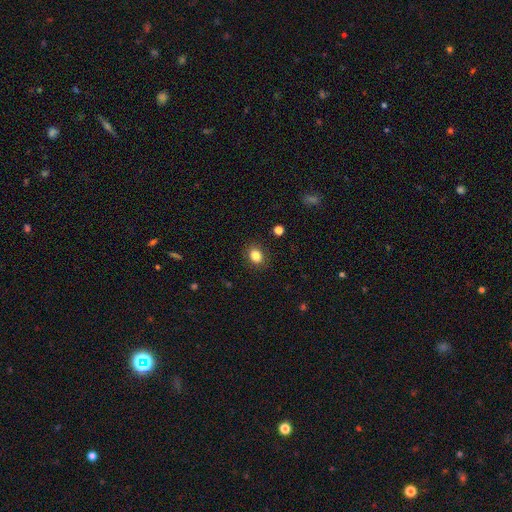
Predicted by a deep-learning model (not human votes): Morphology: type=smooth (84%); roundness=in between (52%); merging=none (88%).